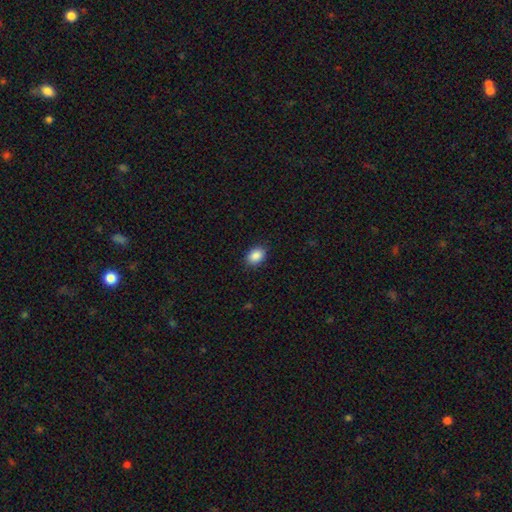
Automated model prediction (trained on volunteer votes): Smooth or featured? Predicted: smooth (p=0.89). How rounded? Predicted: in between (p=0.77). Merging? Predicted: none (p=0.88).